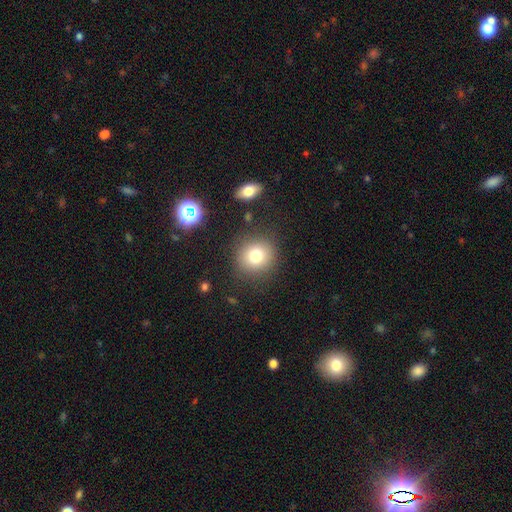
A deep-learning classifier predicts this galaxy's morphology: Smooth or featured? Predicted: smooth (p=0.77). How rounded? Predicted: round (p=0.84). Merging? Predicted: none (p=0.85).